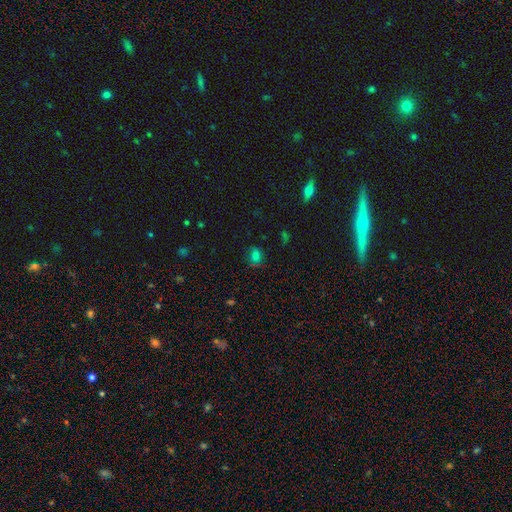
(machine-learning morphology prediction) This appears to be a smooth galaxy with no disk features (70%) that is in between round and cigar-shaped (51%). Merging: none (71%).